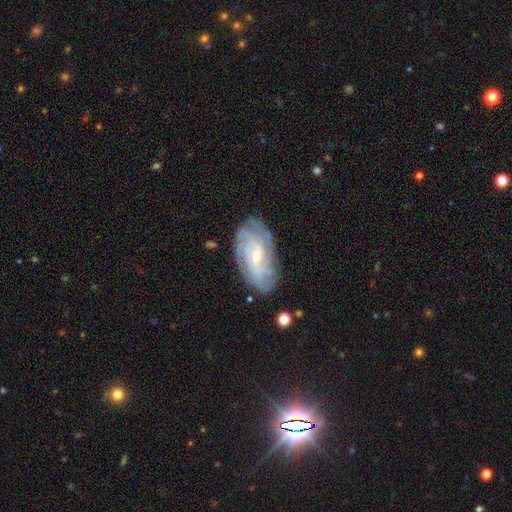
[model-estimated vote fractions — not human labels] Morphology: type=featured or disk (75%); edge-on=no (93%); bar=no (48%); spiral arms=yes (92%); winding=tight (66%); arm count=can't tell (46%); bulge=small (66%); merging=none (79%).